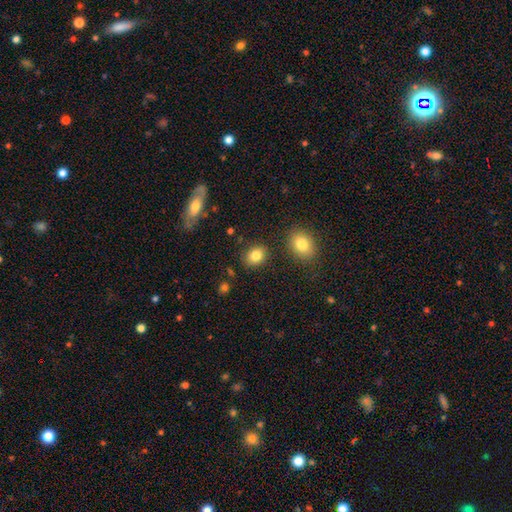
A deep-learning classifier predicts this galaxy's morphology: A smooth galaxy with no disk features (83%) that is round (54%).

Vote fractions:
- Smooth or featured? smooth: 83% / star or artifact: 10% / featured or disk: 7%
- How rounded? round: 54% / in between: 45% / cigar-shaped: 1%
- Merging? none: 86% / minor disturbance: 8% / merger: 3% / major disturbance: 3%